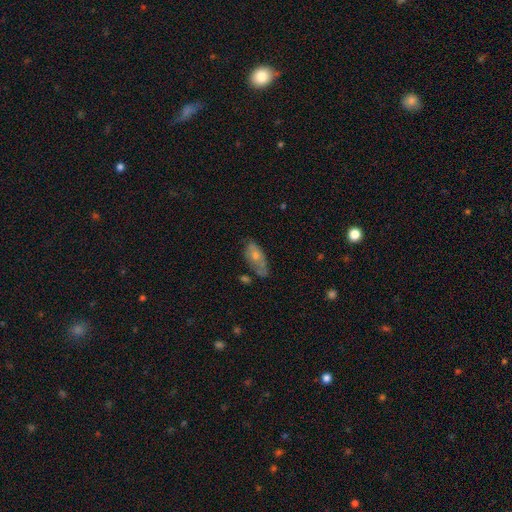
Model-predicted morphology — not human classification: smooth 58%, featured or disk 34%, star or artifact 7%. Down the decision tree: how rounded — in between (85%); merging — none (47%).